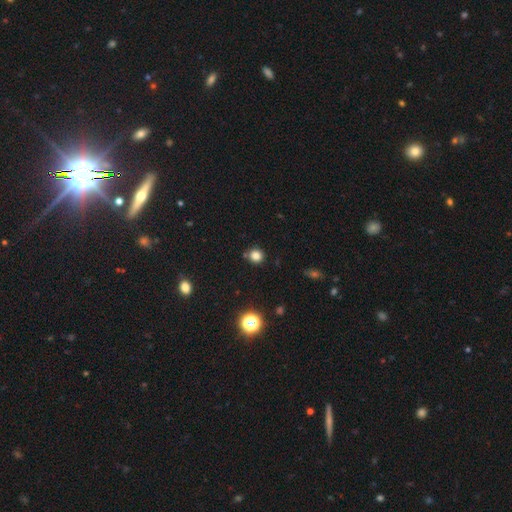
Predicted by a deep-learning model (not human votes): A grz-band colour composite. It shows a smooth galaxy with no disk features (81%) that is round (88%). Merging: none (81%).